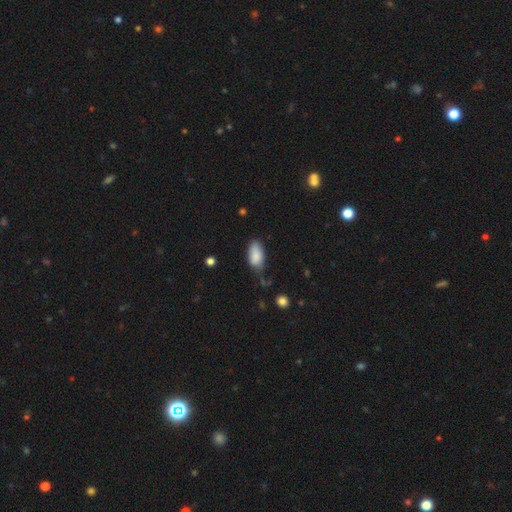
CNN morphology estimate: A smooth galaxy with no disk features (86%) that is in between round and cigar-shaped (93%). Merging: none (62%).